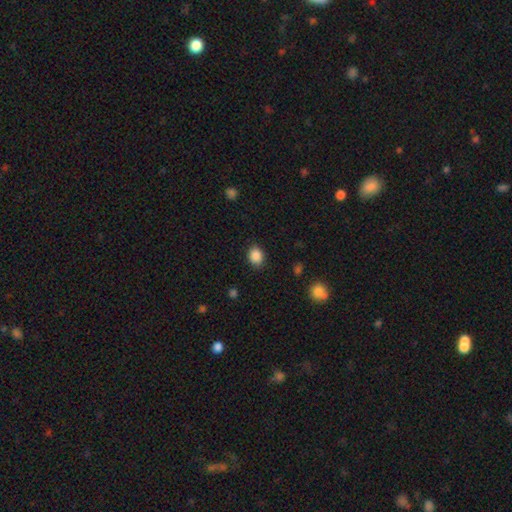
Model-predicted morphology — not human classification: Overall: smooth (88%). How rounded: in between (52%; round 48%). Merging: none (86%).